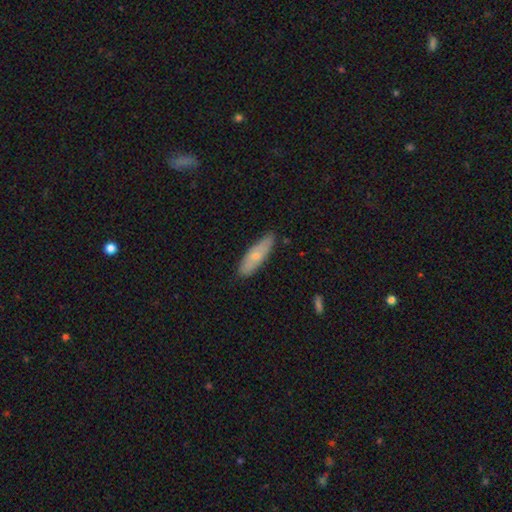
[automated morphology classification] Q: Smooth or featured?
A: smooth (63%); runner-up: featured or disk (31%)
Q: How rounded?
A: cigar-shaped (54%); runner-up: in between (43%)
Q: Merging?
A: none (80%); runner-up: minor disturbance (16%)